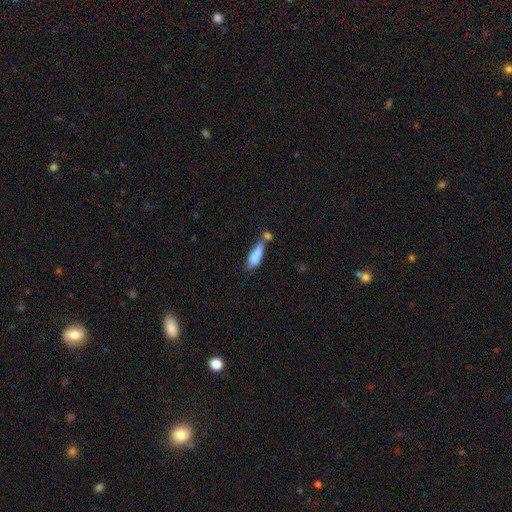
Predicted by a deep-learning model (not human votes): A smooth galaxy with no disk features (78%) that is in between round and cigar-shaped (58%).

Vote fractions:
- Smooth or featured? smooth: 78% / featured or disk: 15% / star or artifact: 7%
- How rounded? in between: 58% / cigar-shaped: 40% / round: 2%
- Merging? merger: 39% / none: 32% / minor disturbance: 20% / major disturbance: 9%